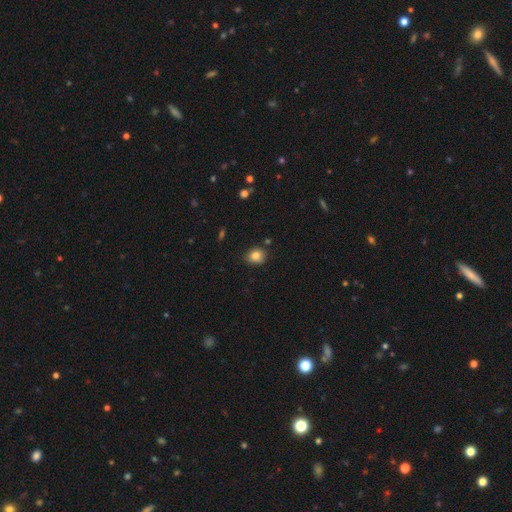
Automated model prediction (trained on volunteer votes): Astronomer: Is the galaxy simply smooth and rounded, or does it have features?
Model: smooth — 83%.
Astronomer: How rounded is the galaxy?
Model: round — 63%.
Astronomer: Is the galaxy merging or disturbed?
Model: none — 83%.